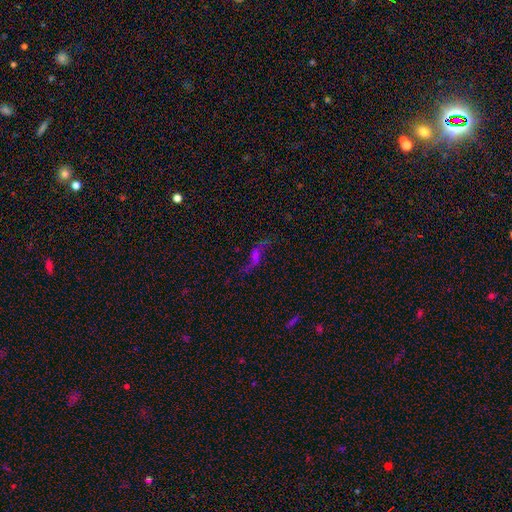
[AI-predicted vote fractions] Smooth or featured? featured or disk (64%)
Edge-on disk? no (88%)
Bar? no (42%)
Spiral arms? yes (84%)
Bulge size? none (55%)
Merging? none (56%)